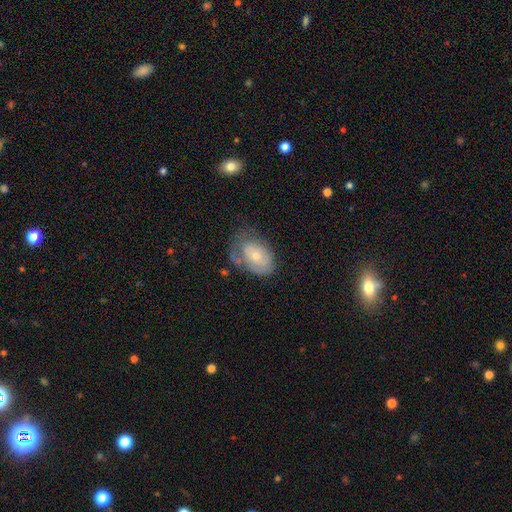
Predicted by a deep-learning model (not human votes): Morphology: type=smooth (51%); roundness=in between (83%); merging=none (39%).